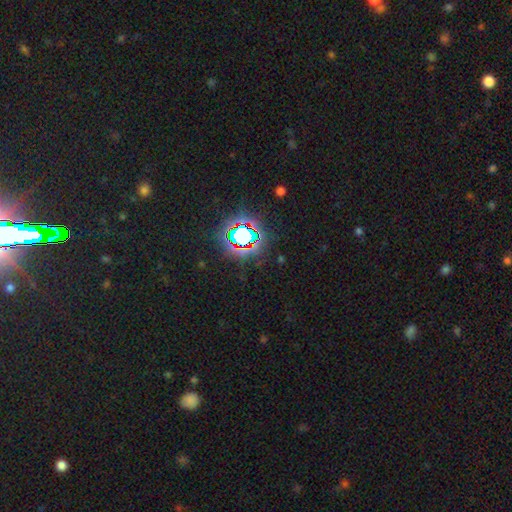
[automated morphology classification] The model was most divided on "smooth or featured": star or artifact: 83%, smooth: 10%, featured or disk: 7%.